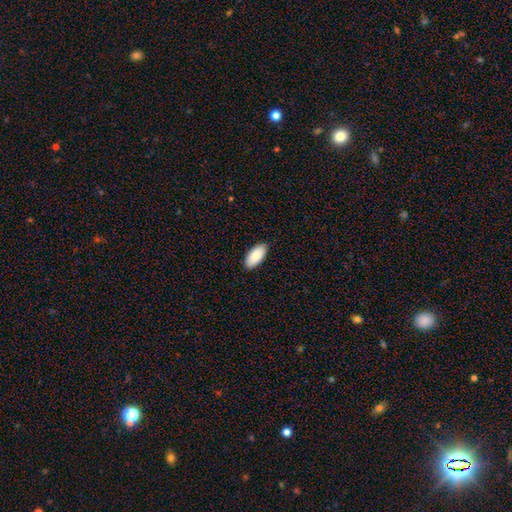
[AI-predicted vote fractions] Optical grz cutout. It shows a smooth galaxy with no disk features (87%) that is in between round and cigar-shaped (93%). Merging: none (88%).